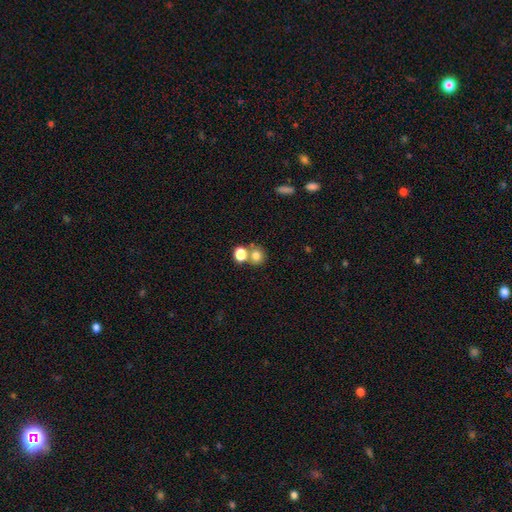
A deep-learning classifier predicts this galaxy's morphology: smooth_or_featured: smooth (p=0.77) [alt: star or artifact p=0.14]
how_rounded: round (p=0.80) [alt: in between p=0.19]
merging: none (p=0.55) [alt: merger p=0.34]